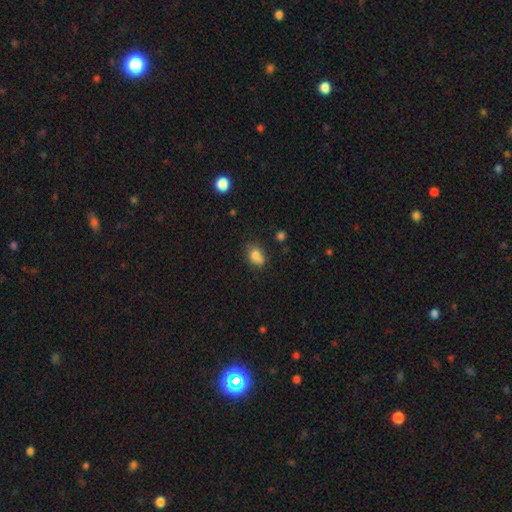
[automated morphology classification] This is likely a smooth galaxy (78%). How rounded: likely in between (64%). Merging: possibly none (53%).